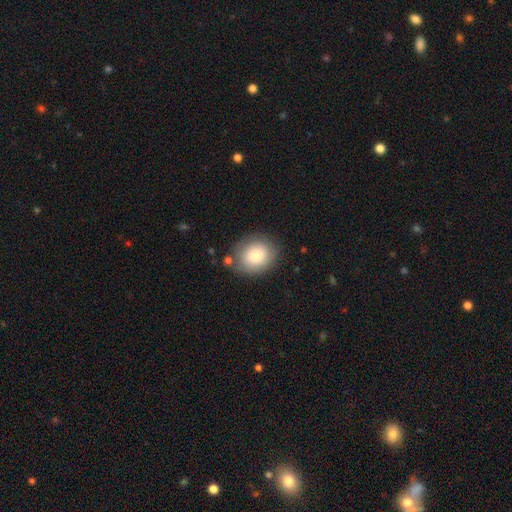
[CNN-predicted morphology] smooth-or-featured: smooth: 84% | featured or disk: 9% | star or artifact: 7%
  how-rounded: round: 60% | in between: 39% | cigar-shaped: 1%
  merging: none: 76% | minor disturbance: 15% | major disturbance: 5% | merger: 4%